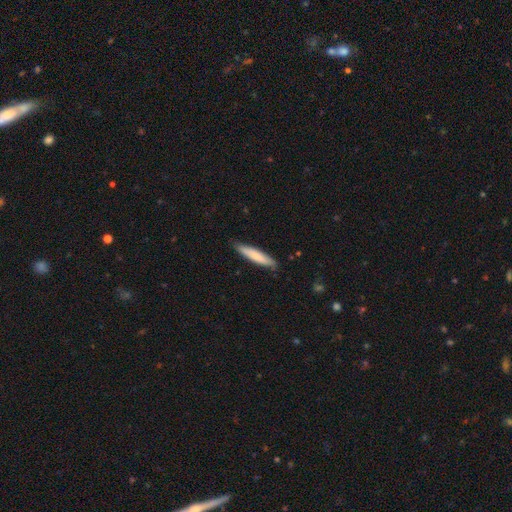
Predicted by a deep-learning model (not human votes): smooth_or_featured: smooth (p=0.75) [alt: featured or disk p=0.20]
how_rounded: cigar-shaped (p=0.88) [alt: in between p=0.11]
merging: none (p=0.84) [alt: minor disturbance p=0.13]